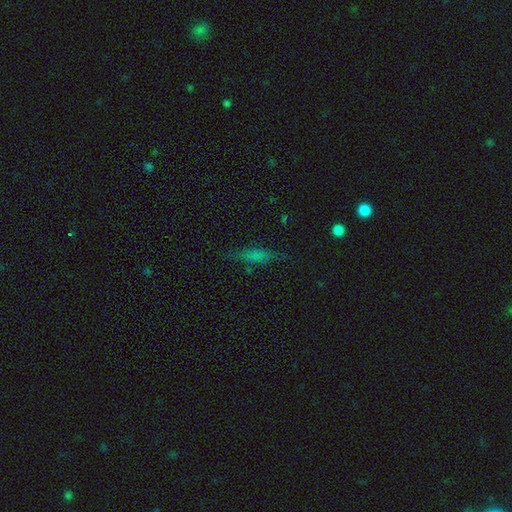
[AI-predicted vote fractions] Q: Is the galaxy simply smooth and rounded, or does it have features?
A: smooth — 56%.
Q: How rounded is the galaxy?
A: cigar-shaped — 63%.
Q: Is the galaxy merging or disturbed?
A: none — 72%.